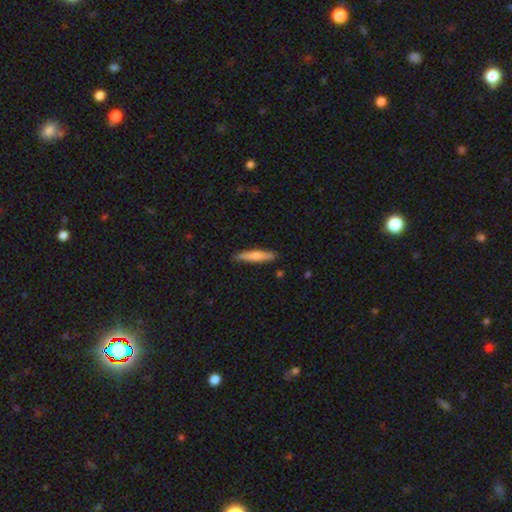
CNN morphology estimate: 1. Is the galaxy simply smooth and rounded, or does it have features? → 69% smooth, 25% featured or disk, 5% star or artifact.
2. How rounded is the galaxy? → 90% cigar-shaped, 9% in between, 1% round.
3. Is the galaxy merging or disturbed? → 87% none, 9% minor disturbance, 2% major disturbance, 1% merger.